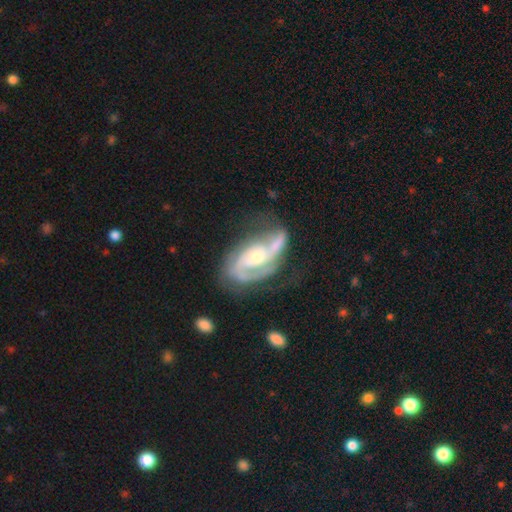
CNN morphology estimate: The model was most divided on "bulge size": moderate: 49%, small: 44%, large: 4%, none: 2%, dominant: 1%. Remaining: spiral arms — yes (96%); edge-on disk — no (96%); smooth or featured — featured or disk (87%); spiral arm count — 2 (70%); merging — none (53%); bar — no (49%); spiral winding — medium (46%).